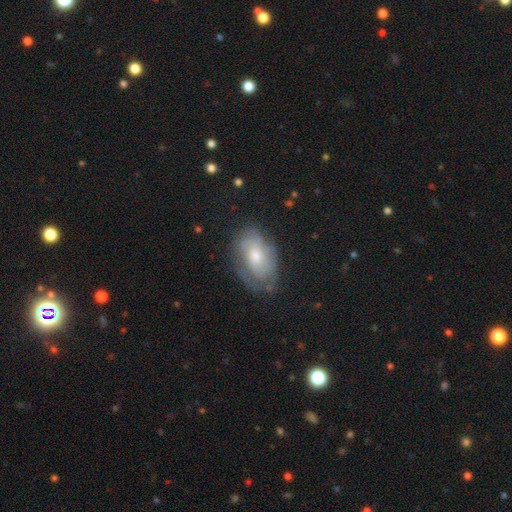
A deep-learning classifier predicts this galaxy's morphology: Smooth or featured? Predicted: featured or disk (p=0.54). Edge-on disk? Predicted: no (p=0.94). Bar? Predicted: no (p=0.75). Spiral arms? Predicted: yes (p=0.70). Bulge size? Predicted: moderate (p=0.55). Merging? Predicted: none (p=0.64).